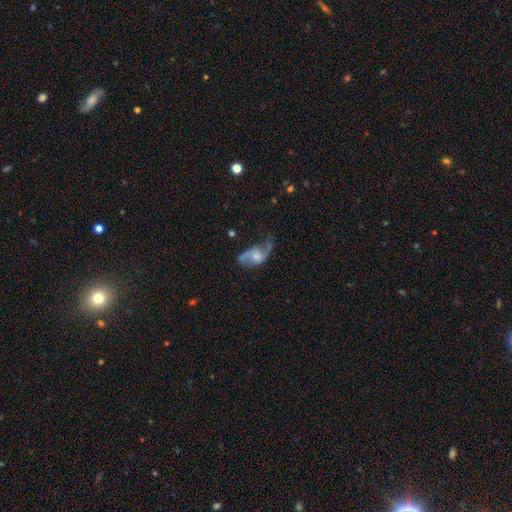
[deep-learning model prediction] Smooth or featured? Predicted: featured or disk (p=0.77). Edge-on disk? Predicted: no (p=0.96). Bar? Predicted: no (p=0.54). Spiral arms? Predicted: yes (p=0.92). Spiral winding? Predicted: loose (p=0.71). Spiral arm count? Predicted: 2 (p=0.87). Bulge size? Predicted: moderate (p=0.42). Merging? Predicted: none (p=0.54).